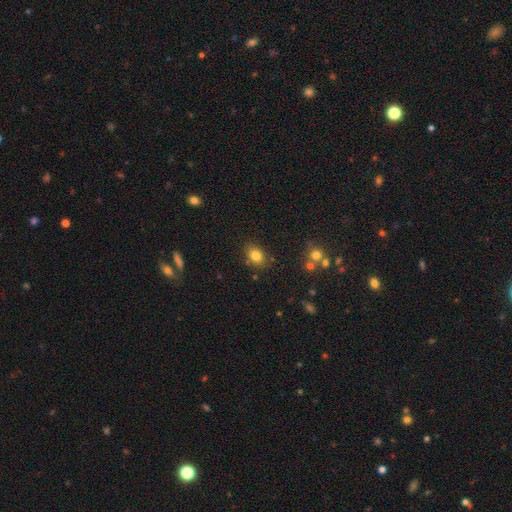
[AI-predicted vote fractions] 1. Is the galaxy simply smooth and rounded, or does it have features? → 81% smooth, 11% star or artifact, 8% featured or disk.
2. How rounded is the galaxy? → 64% in between, 35% round, 1% cigar-shaped.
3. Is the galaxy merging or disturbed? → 81% none, 13% minor disturbance, 4% merger, 3% major disturbance.